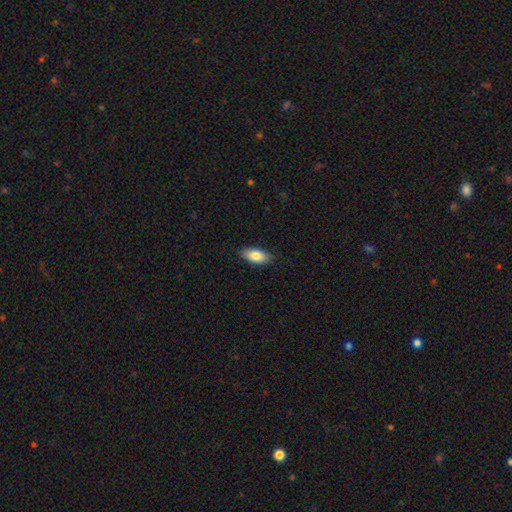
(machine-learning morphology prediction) A smooth galaxy with no disk features (84%) that is in between round and cigar-shaped (89%).

Vote fractions:
- Smooth or featured? smooth: 84% / featured or disk: 10% / star or artifact: 6%
- How rounded? in between: 89% / cigar-shaped: 8% / round: 2%
- Merging? none: 87% / minor disturbance: 10% / major disturbance: 2% / merger: 1%